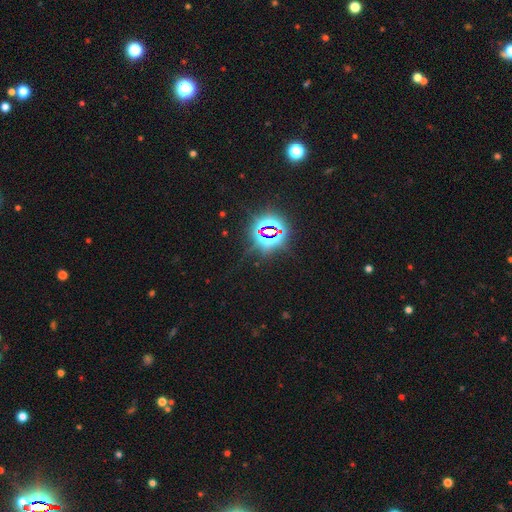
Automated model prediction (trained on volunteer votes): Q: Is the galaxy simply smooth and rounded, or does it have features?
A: star or artifact — 78%.